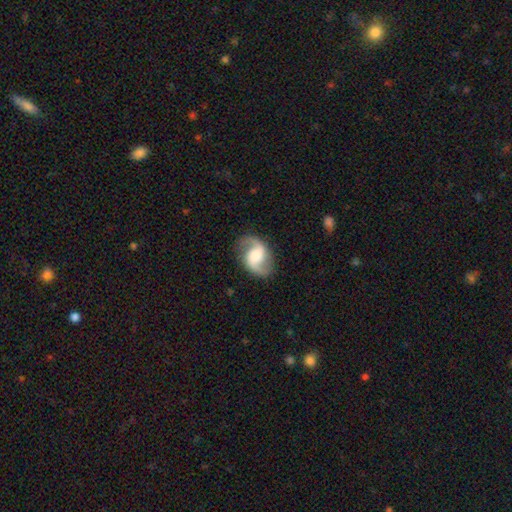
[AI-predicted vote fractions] A featured or disk galaxy (87%) with no bar (46%), 2 (94%) loose (45%, tied with medium) spiral arms (97%) and a moderate central bulge (48%). Merging: none (84%).